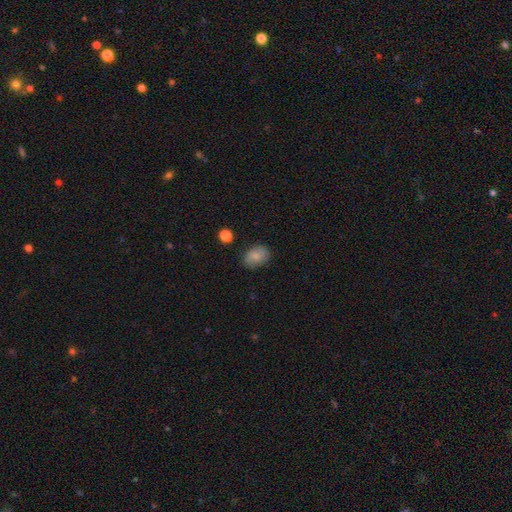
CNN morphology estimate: type=smooth (82%); roundness=in between (75%); merging=none (77%).